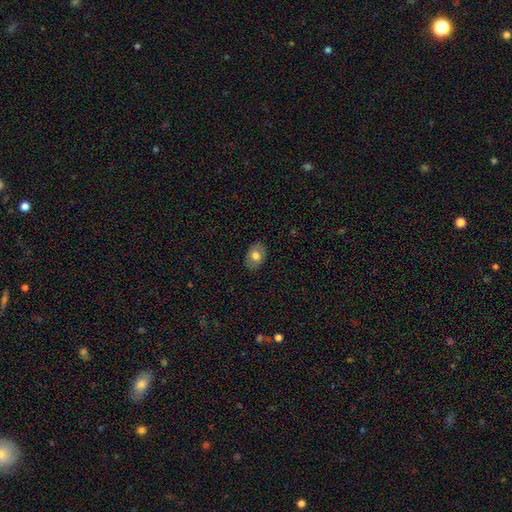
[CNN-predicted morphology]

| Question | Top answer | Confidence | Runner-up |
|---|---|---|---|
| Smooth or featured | smooth | 75% | featured or disk (18%) |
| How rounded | in between | 78% | round (21%) |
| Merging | none | 86% | minor disturbance (11%) |